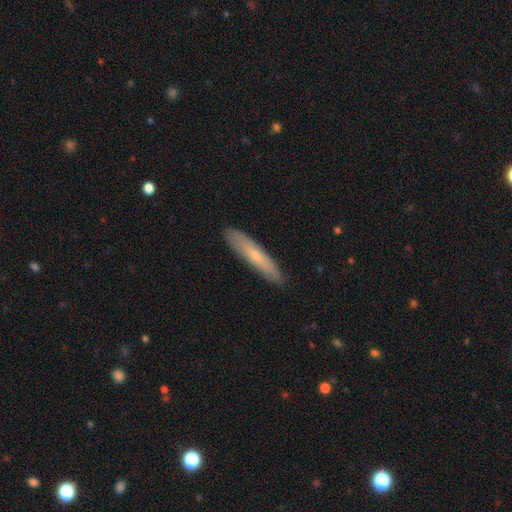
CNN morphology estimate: This is possibly a smooth galaxy (57%). How rounded: clearly cigar-shaped (87%). Merging: clearly none (88%).